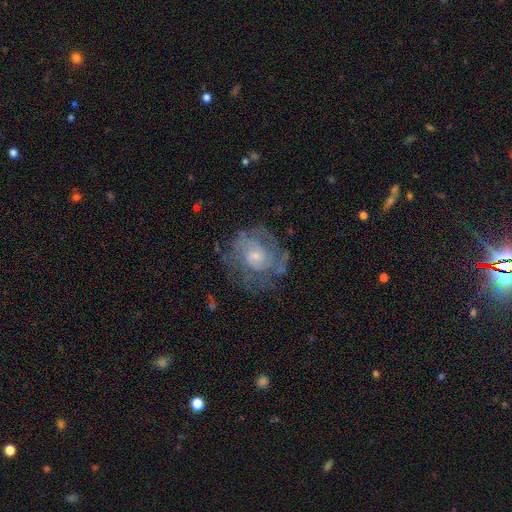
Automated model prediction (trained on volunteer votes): Overall: featured or disk (79%). Edge-on disk: no (98%). Bar: no (69%). Spiral arms: yes (86%). Spiral arm count: can't tell (42%; 2 28%). Spiral winding: tight (55%; medium 34%). Bulge size: small (64%; moderate 28%). Merging: none (67%).